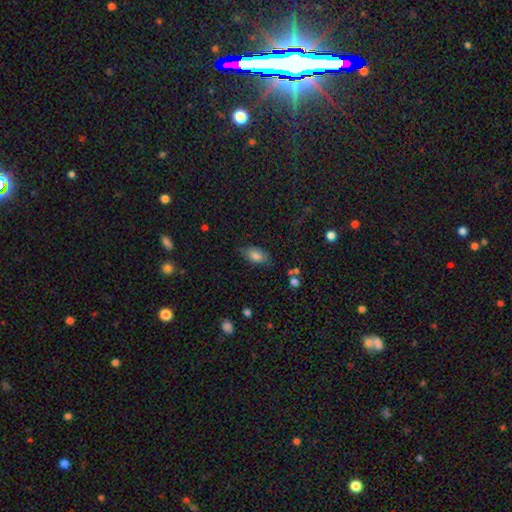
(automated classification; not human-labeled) This appears to be a smooth galaxy with no disk features (79%) that is in between round and cigar-shaped (91%). Merging: none (67%).